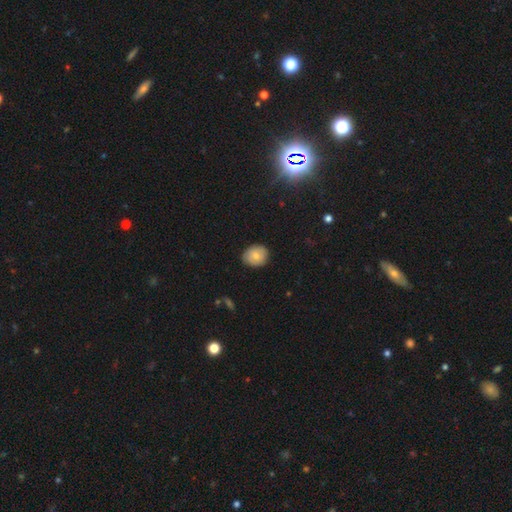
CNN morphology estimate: Smooth or featured? smooth (77%)
How rounded? round (65%)
Merging? none (83%)